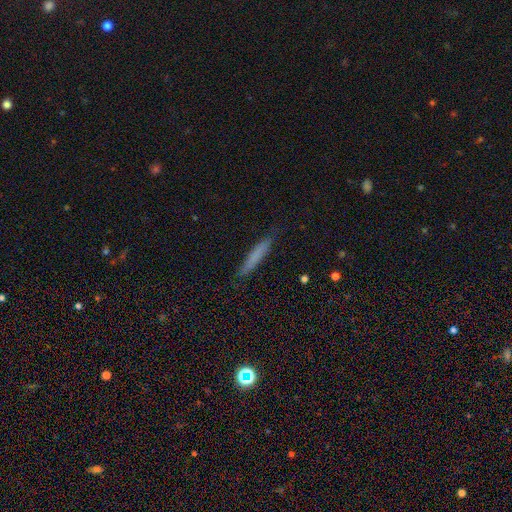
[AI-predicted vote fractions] This is likely a smooth galaxy (72%). How rounded: clearly cigar-shaped (94%). Merging: clearly none (86%).